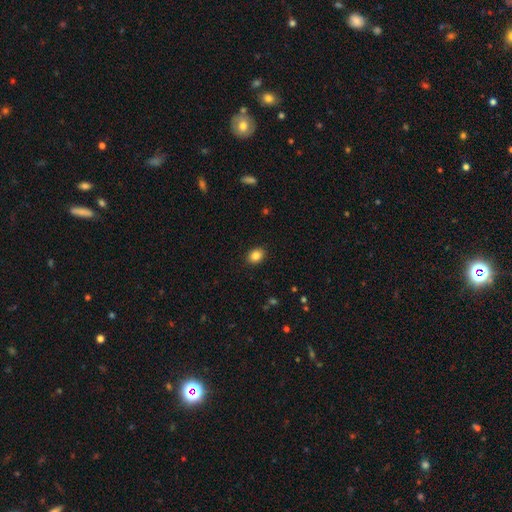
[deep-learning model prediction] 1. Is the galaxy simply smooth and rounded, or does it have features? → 86% smooth, 10% star or artifact, 5% featured or disk.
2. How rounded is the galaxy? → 54% in between, 45% round, 1% cigar-shaped.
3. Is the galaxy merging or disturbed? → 89% none, 8% minor disturbance, 2% major disturbance, 1% merger.